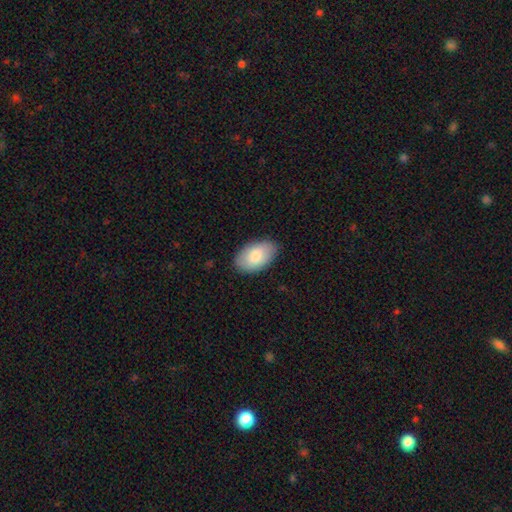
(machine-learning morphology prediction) This is clearly a smooth galaxy (81%). How rounded: clearly in between (94%). Merging: clearly none (85%).